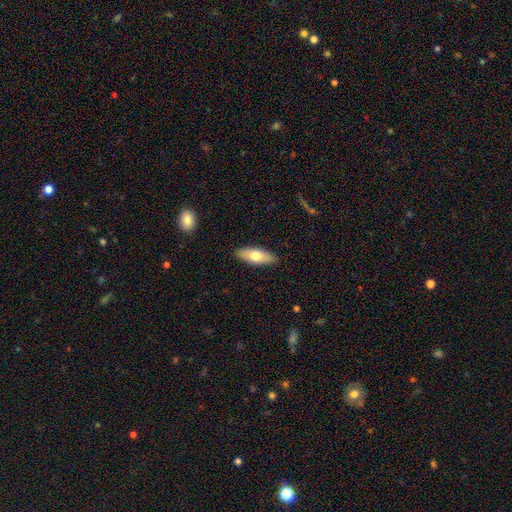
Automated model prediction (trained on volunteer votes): Smooth or featured? Predicted: smooth (p=0.69). How rounded? Predicted: in between (p=0.76). Merging? Predicted: none (p=0.87).